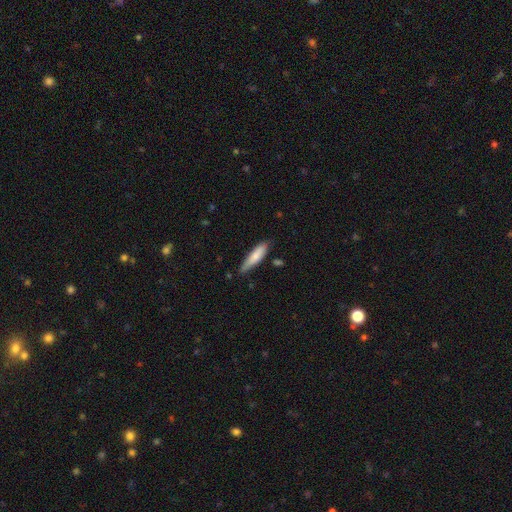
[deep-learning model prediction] Smooth or featured?
  - smooth: 77% *
  - featured or disk: 17%
  - star or artifact: 6%
How rounded?
  - cigar-shaped: 70% *
  - in between: 28%
  - round: 1%
Merging?
  - none: 67% *
  - minor disturbance: 27%
  - major disturbance: 4%
  - merger: 3%